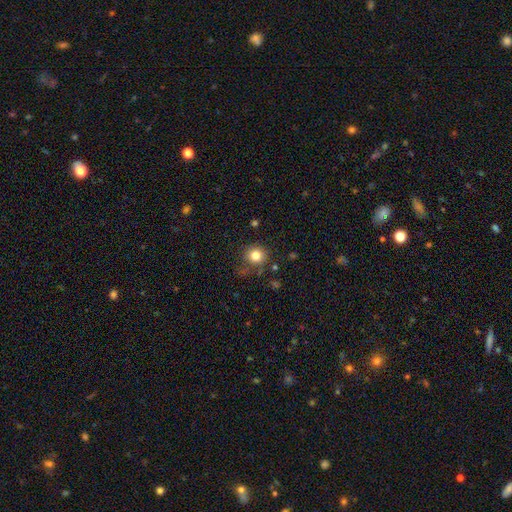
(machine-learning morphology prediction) Smooth or featured? smooth (81%)
How rounded? round (87%)
Merging? none (76%)